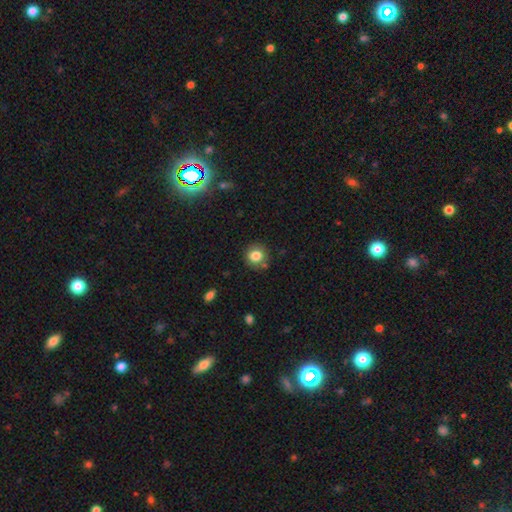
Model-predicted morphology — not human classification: smooth 82%, star or artifact 11%, featured or disk 7%. Down the decision tree: how rounded — round (88%); merging — none (84%).